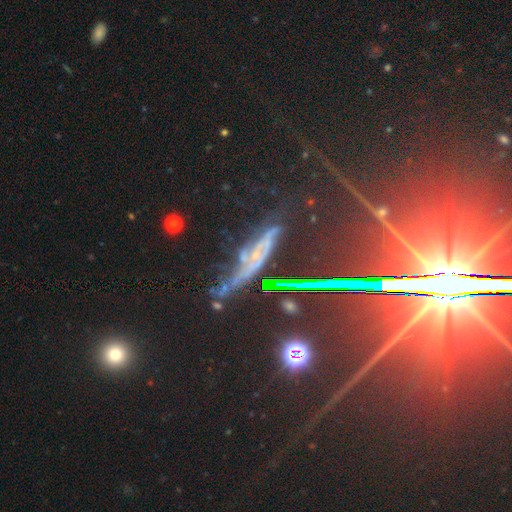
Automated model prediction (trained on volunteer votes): This is marginally a featured or disk galaxy (44%). Merging: likely none (62%).